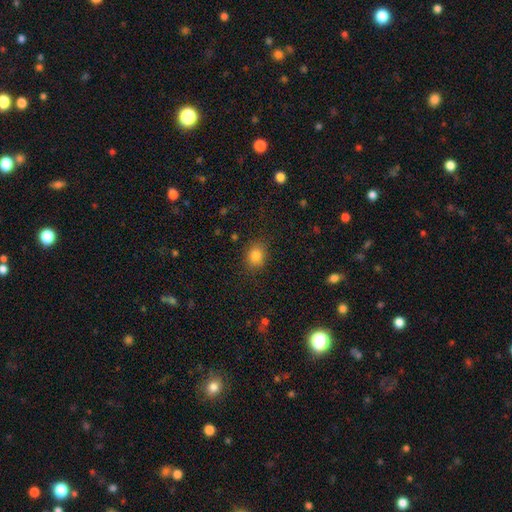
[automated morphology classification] smooth-or-featured: smooth: 84% | star or artifact: 11% | featured or disk: 5%
  how-rounded: round: 56% | in between: 43% | cigar-shaped: 1%
  merging: none: 84% | minor disturbance: 11% | major disturbance: 4% | merger: 1%